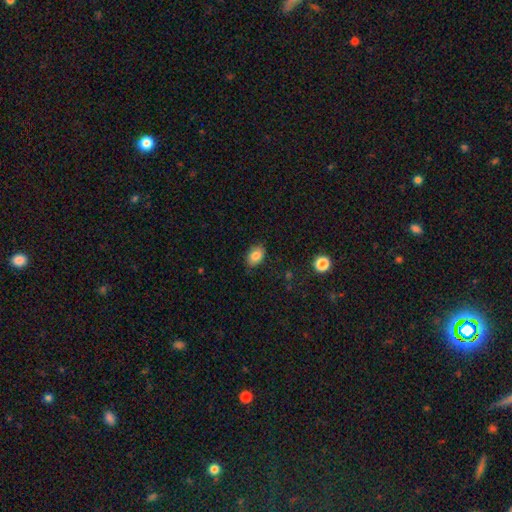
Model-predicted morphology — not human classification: smooth-or-featured: smooth: 84% | star or artifact: 9% | featured or disk: 7%
  how-rounded: in between: 84% | round: 14% | cigar-shaped: 1%
  merging: none: 83% | minor disturbance: 13% | major disturbance: 3% | merger: 1%